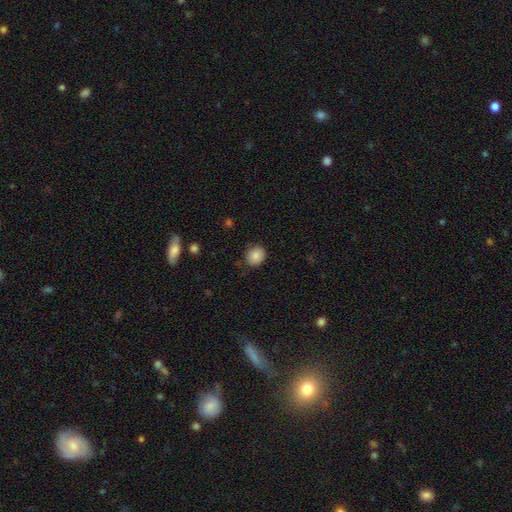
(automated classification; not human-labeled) smooth 86%, star or artifact 9%, featured or disk 5%. Down the decision tree: how rounded — round (72%); merging — none (82%).